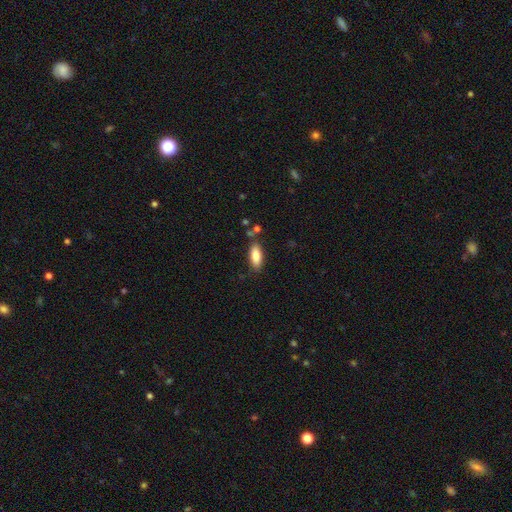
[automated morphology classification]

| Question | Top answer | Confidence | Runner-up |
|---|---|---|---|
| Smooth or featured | smooth | 83% | featured or disk (11%) |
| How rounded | in between | 79% | cigar-shaped (19%) |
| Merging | none | 78% | minor disturbance (14%) |